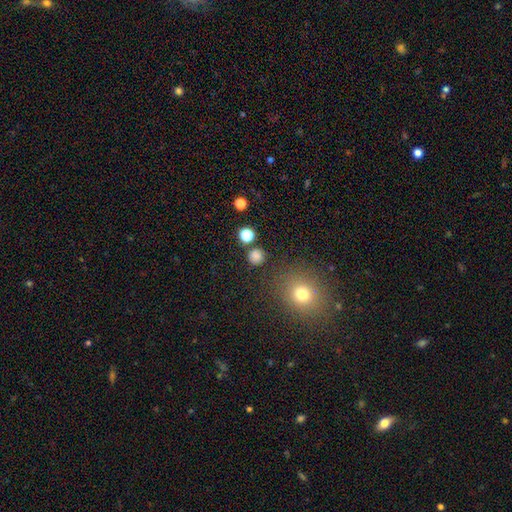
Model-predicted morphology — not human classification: smooth-or-featured: smooth: 80% | star or artifact: 16% | featured or disk: 5%
  how-rounded: round: 91% | in between: 8% | cigar-shaped: 1%
  merging: none: 84% | minor disturbance: 8% | merger: 5% | major disturbance: 3%